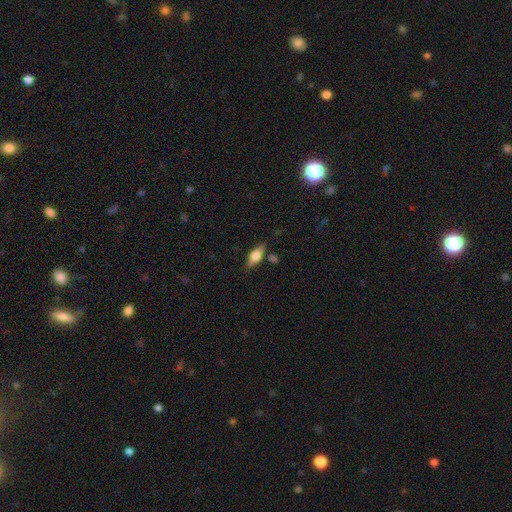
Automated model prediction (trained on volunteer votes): Smooth or featured?
  - smooth: 58% *
  - featured or disk: 34%
  - star or artifact: 7%
How rounded?
  - in between: 69% *
  - cigar-shaped: 27%
  - round: 4%
Merging?
  - none: 78% *
  - minor disturbance: 14%
  - merger: 5%
  - major disturbance: 3%